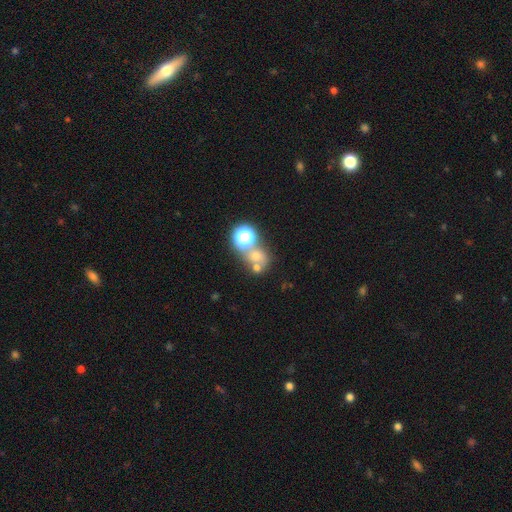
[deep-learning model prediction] Q: Smooth or featured?
A: smooth (51%); runner-up: star or artifact (34%)
Q: How rounded?
A: round (77%); runner-up: in between (22%)
Q: Merging?
A: none (45%); runner-up: merger (40%)